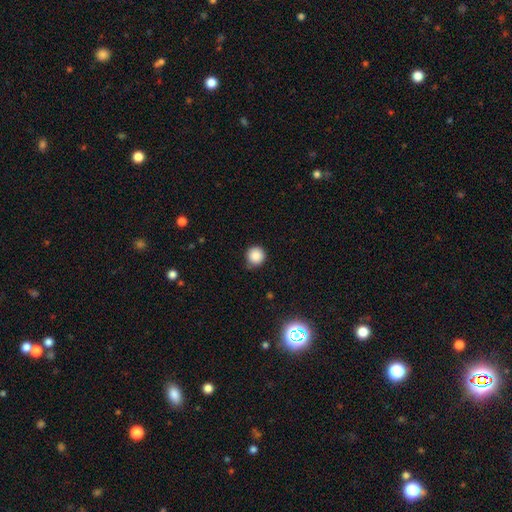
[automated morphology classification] type=smooth (87%); roundness=round (95%); merging=none (83%).